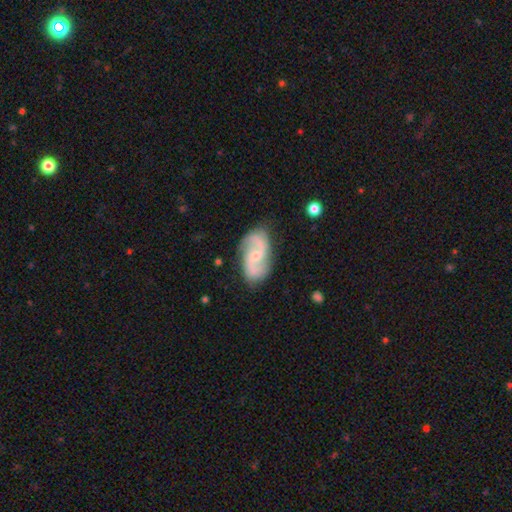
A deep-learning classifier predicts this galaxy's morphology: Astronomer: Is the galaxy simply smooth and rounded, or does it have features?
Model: featured or disk — 85%.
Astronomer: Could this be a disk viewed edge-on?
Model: no — 97%.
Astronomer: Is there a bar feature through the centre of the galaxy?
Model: weak — 46% (runner-up: no, 43%).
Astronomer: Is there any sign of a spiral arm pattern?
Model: yes — 97%.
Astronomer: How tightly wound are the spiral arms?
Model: medium — 45% (runner-up: loose, 42%).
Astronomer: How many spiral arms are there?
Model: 2 — 92%.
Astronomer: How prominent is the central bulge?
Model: small — 60%.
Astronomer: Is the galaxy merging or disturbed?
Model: none — 80%.